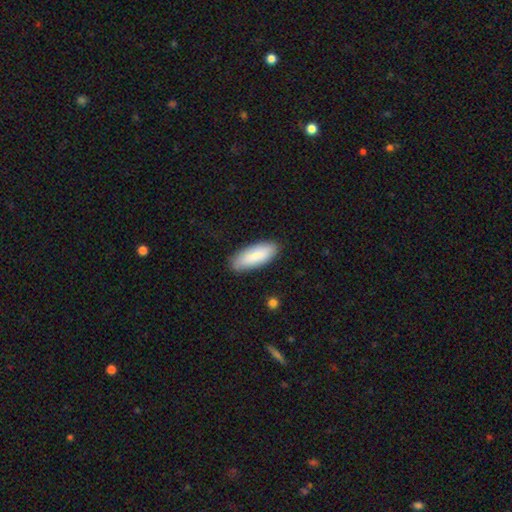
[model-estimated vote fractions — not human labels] Q: Smooth or featured?
A: smooth (84%); runner-up: featured or disk (11%)
Q: How rounded?
A: in between (70%); runner-up: cigar-shaped (28%)
Q: Merging?
A: none (87%); runner-up: minor disturbance (10%)